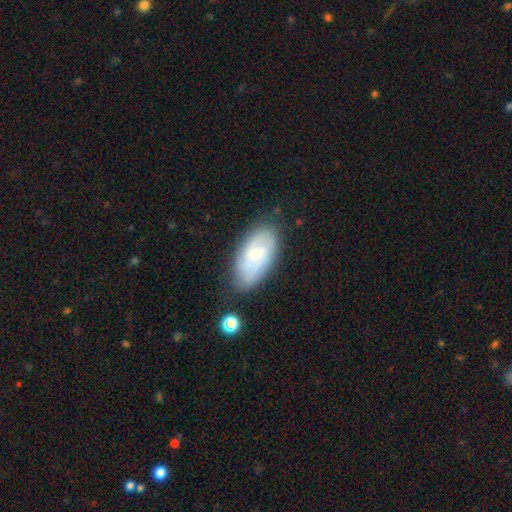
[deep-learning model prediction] Q: Smooth or featured?
A: featured or disk (48%); runner-up: smooth (45%)
Q: Merging?
A: none (69%); runner-up: minor disturbance (21%)